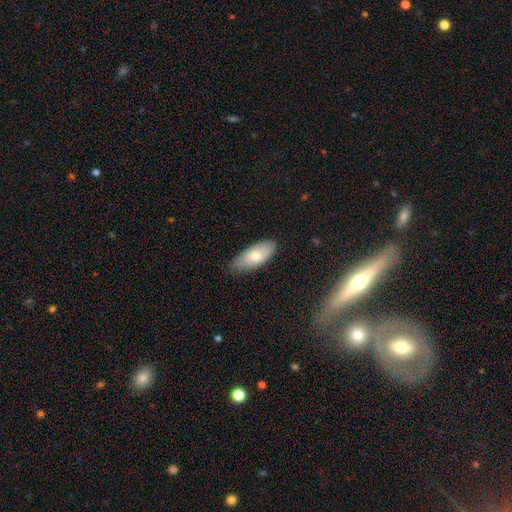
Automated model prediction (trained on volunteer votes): smooth_or_featured: smooth (p=0.74) [alt: featured or disk p=0.19]
how_rounded: in between (p=0.85) [alt: cigar-shaped p=0.13]
merging: none (p=0.75) [alt: minor disturbance p=0.20]